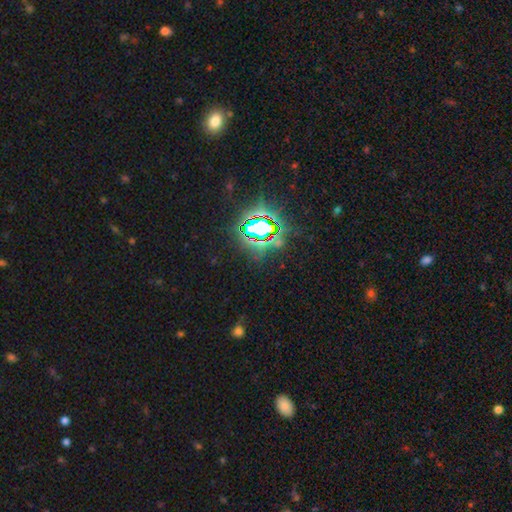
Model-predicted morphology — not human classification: Smooth or featured?
  - star or artifact: 84% *
  - smooth: 9%
  - featured or disk: 7%